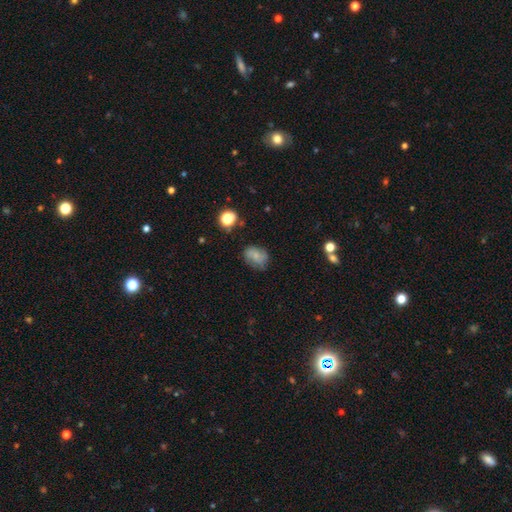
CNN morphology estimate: Smooth or featured: smooth — 67% (featured or disk — 21%)
How rounded: in between — 64% (round — 35%)
Merging: none — 63% (minor disturbance — 26%)